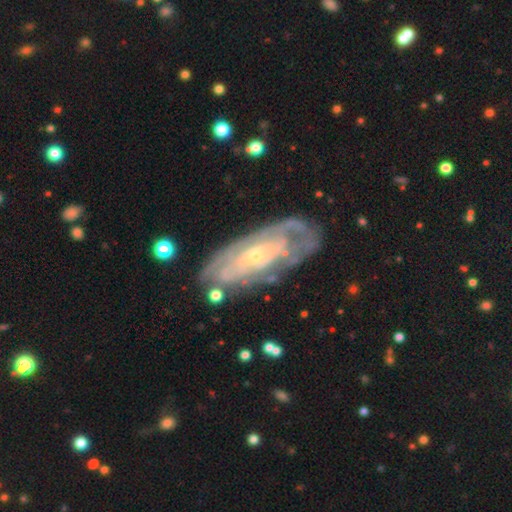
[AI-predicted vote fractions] smooth-or-featured: featured or disk: 80% | smooth: 15% | star or artifact: 6%
  disk-edge-on: no: 88% | yes: 12%
    bar: no: 67% | weak: 25% | strong: 8%
    has-spiral-arms: yes: 80% | no: 20%
      spiral-winding: tight: 72% | medium: 21% | loose: 7%
      spiral-arm-count: can't tell: 64% | 2: 14% | 3: 7% | 4: 6% | more than 4: 4% | 1: 4%
    bulge-size: small: 71% | moderate: 25% | none: 2% | large: 2% | dominant: 1%
  merging: none: 71% | minor disturbance: 19% | major disturbance: 8% | merger: 3%